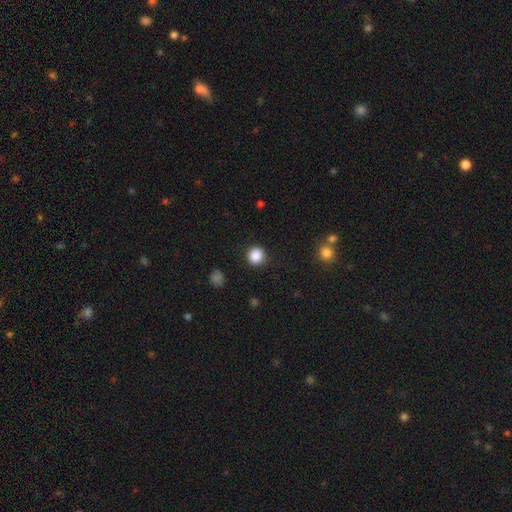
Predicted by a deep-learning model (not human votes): smooth_or_featured: smooth (p=0.87) [alt: star or artifact p=0.10]
how_rounded: round (p=0.90) [alt: in between p=0.09]
merging: none (p=0.89) [alt: minor disturbance p=0.07]